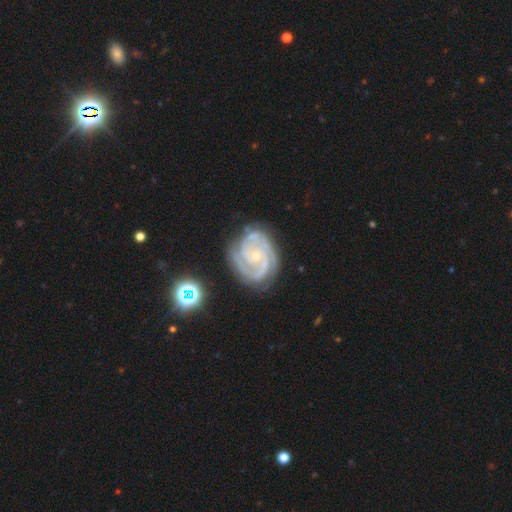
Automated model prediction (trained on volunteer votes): featured or disk 90%, star or artifact 6%, smooth 4%. Down the decision tree: edge-on disk — no (98%); bar — no (70%); spiral arms — yes (98%); spiral arm count — 2 (37%, tied with 3); spiral winding — tight (70%); bulge size — small (80%); merging — none (72%).